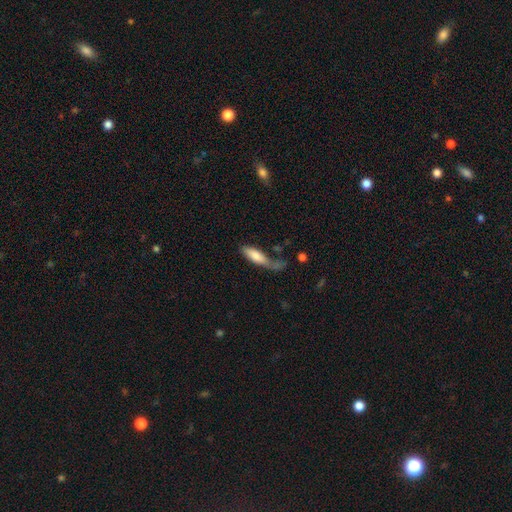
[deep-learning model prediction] smooth 75%, featured or disk 19%, star or artifact 6%. Down the decision tree: how rounded — in between (51%); merging — none (35%).